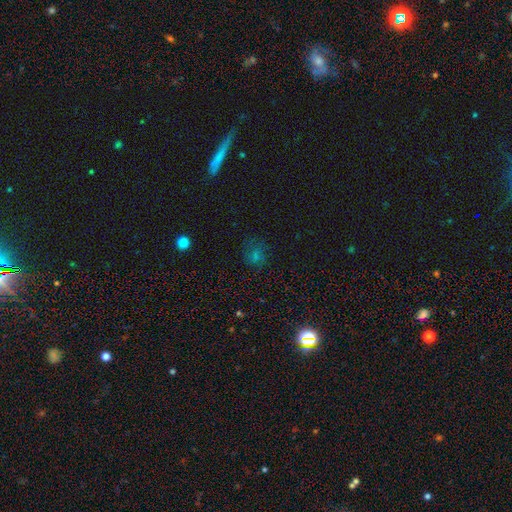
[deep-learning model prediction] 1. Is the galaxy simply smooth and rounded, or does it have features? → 50% smooth, 37% star or artifact, 13% featured or disk.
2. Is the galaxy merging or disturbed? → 74% none, 15% minor disturbance, 9% major disturbance, 2% merger.